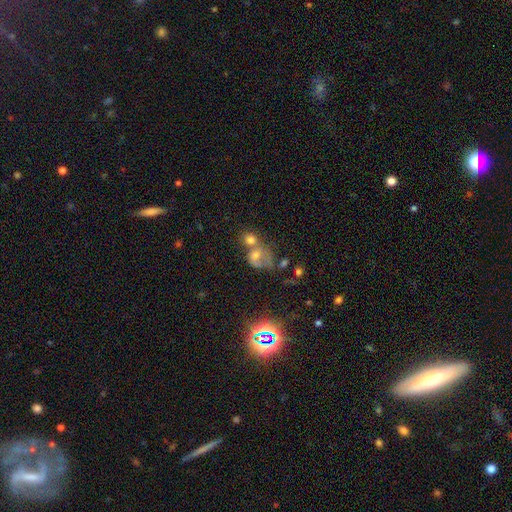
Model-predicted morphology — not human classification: Smooth or featured? Predicted: smooth (p=0.59). How rounded? Predicted: round (p=0.53). Merging? Predicted: merger (p=0.57).